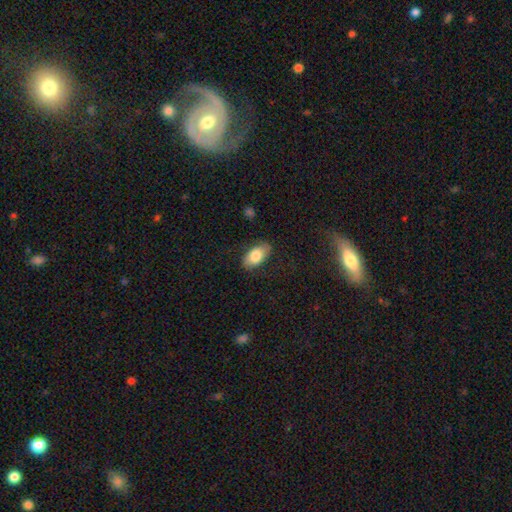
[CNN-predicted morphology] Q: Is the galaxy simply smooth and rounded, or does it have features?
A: smooth — 82%.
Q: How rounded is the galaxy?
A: in between — 93%.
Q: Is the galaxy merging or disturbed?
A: none — 82%.